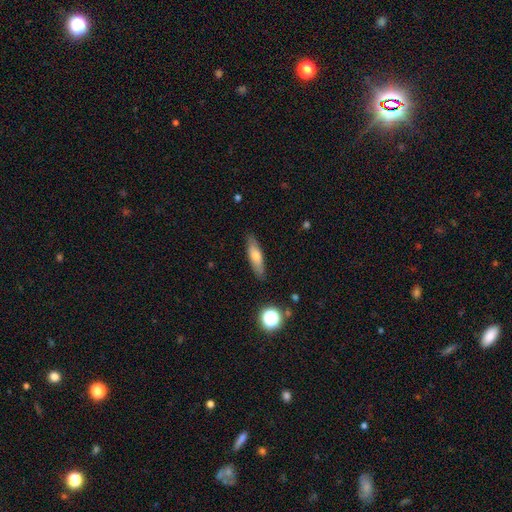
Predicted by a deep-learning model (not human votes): The model was most divided on "how rounded": cigar-shaped: 59%, in between: 38%, round: 3%. More confident: merging — none (86%); smooth or featured — smooth (65%).